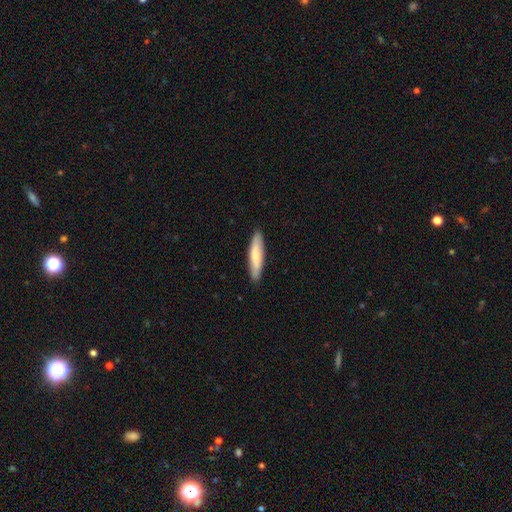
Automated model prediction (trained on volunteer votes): Q: Smooth or featured?
A: smooth (74%); runner-up: featured or disk (21%)
Q: How rounded?
A: cigar-shaped (79%); runner-up: in between (19%)
Q: Merging?
A: none (89%); runner-up: minor disturbance (9%)